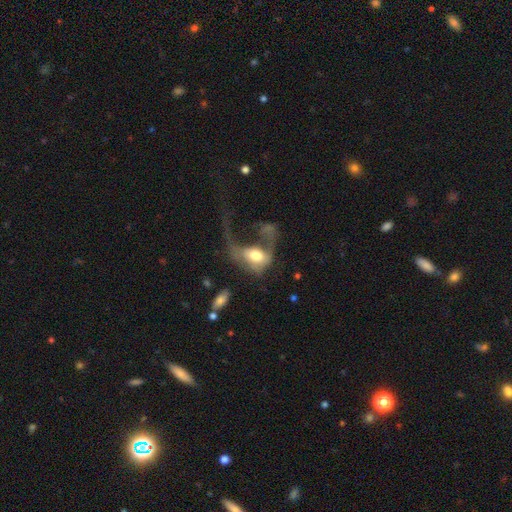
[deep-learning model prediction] Smooth or featured: smooth — 48% (featured or disk — 44%)
Merging: major disturbance — 68% (none — 12%)